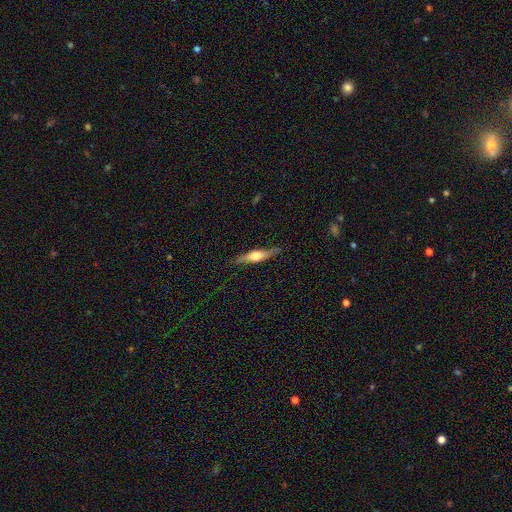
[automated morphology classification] Q: Smooth or featured?
A: featured or disk (65%); runner-up: smooth (29%)
Q: Edge-on disk?
A: yes (93%); runner-up: no (7%)
Q: Edge-on bulge?
A: rounded (89%); runner-up: boxy (8%)
Q: Merging?
A: none (83%); runner-up: minor disturbance (13%)